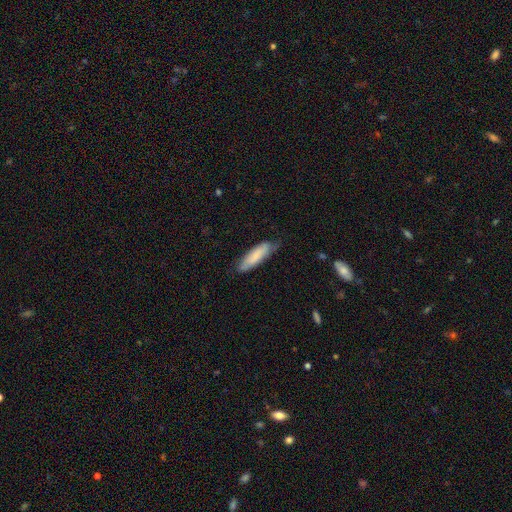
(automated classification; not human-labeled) Q: Smooth or featured?
A: smooth (77%); runner-up: featured or disk (17%)
Q: How rounded?
A: cigar-shaped (58%); runner-up: in between (41%)
Q: Merging?
A: none (68%); runner-up: minor disturbance (26%)